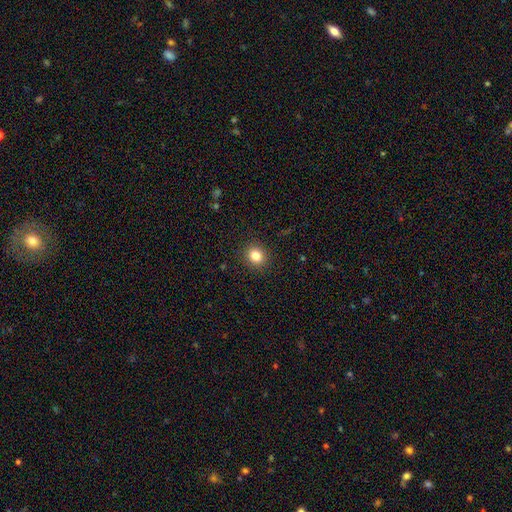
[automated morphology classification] The model was most divided on "how rounded": round: 77%, in between: 22%, cigar-shaped: 1%. More confident: merging — none (91%); smooth or featured — smooth (83%).